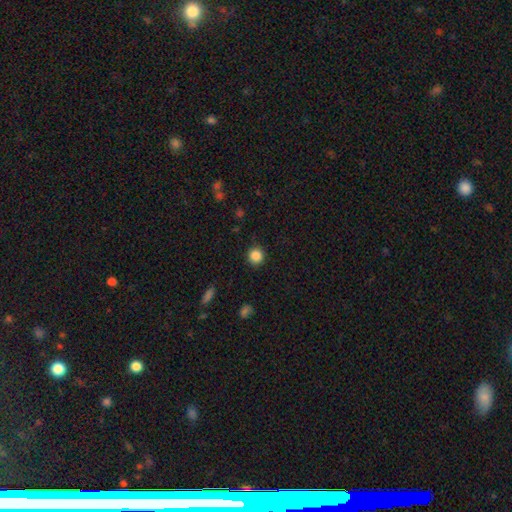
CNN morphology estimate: This is clearly a smooth galaxy (86%). How rounded: clearly round (94%). Merging: clearly none (91%).